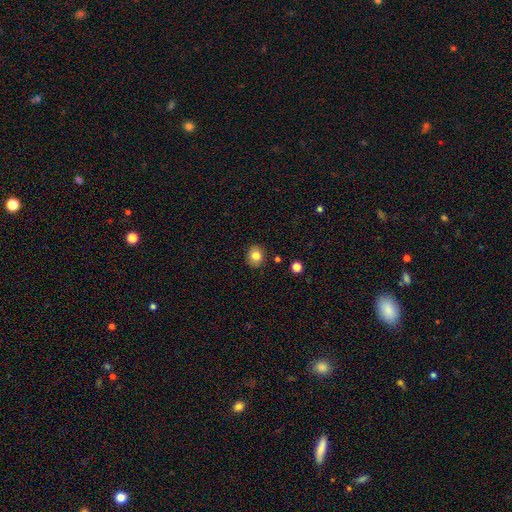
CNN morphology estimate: A smooth galaxy with no disk features (82%) that is round (80%). Merging: none (88%).